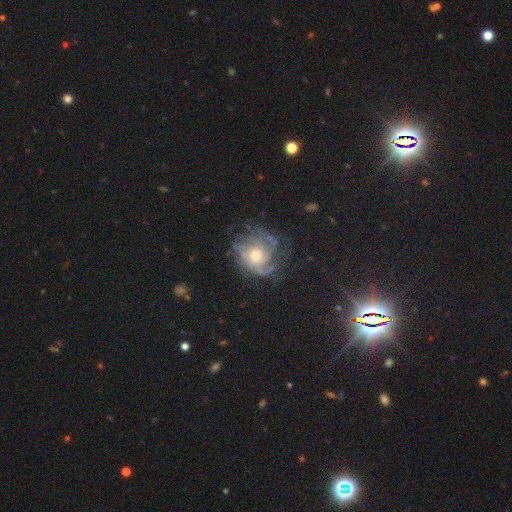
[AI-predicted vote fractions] Smooth or featured: featured or disk — 78% (smooth — 12%)
Edge-on disk: no — 97% (yes — 3%)
Bar: no — 79% (weak — 18%)
Spiral arms: yes — 90% (no — 10%)
Spiral winding: tight — 53% (medium — 34%)
Spiral arm count: can't tell — 39% (3 — 20%)
Bulge size: moderate — 63% (small — 25%)
Merging: none — 65% (minor disturbance — 19%)